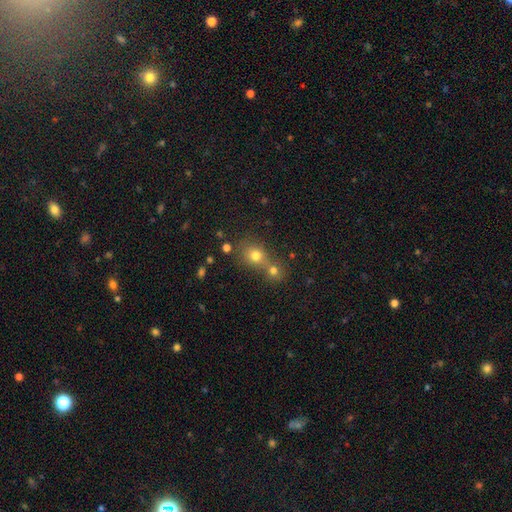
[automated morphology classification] A smooth galaxy with no disk features (73%) that is round (73%).

Vote fractions:
- Smooth or featured? smooth: 73% / star or artifact: 16% / featured or disk: 11%
- How rounded? round: 73% / in between: 25% / cigar-shaped: 1%
- Merging? merger: 51% / none: 38% / minor disturbance: 7% / major disturbance: 4%